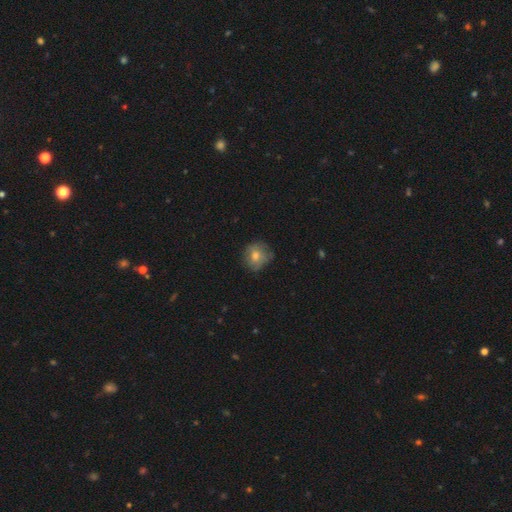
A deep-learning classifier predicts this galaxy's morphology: The model was most divided on "smooth or featured": smooth: 65%, featured or disk: 24%, star or artifact: 11%. More confident: how rounded — round (85%); merging — none (70%).